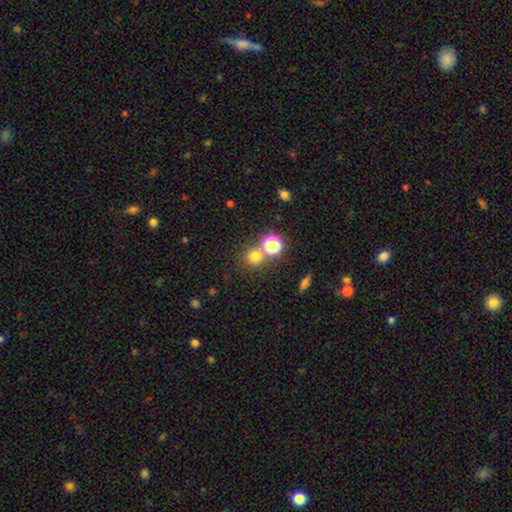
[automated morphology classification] smooth_or_featured: smooth (p=0.70) [alt: star or artifact p=0.23]
how_rounded: round (p=0.89) [alt: in between p=0.10]
merging: none (p=0.68) [alt: merger p=0.21]